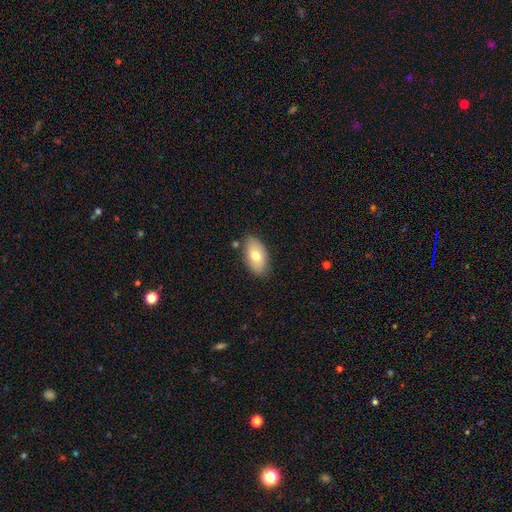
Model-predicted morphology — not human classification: A smooth galaxy with no disk features (70%) that is in between round and cigar-shaped (92%).

Vote fractions:
- Smooth or featured? smooth: 70% / featured or disk: 23% / star or artifact: 7%
- How rounded? in between: 92% / round: 6% / cigar-shaped: 2%
- Merging? none: 79% / minor disturbance: 15% / merger: 3% / major disturbance: 3%